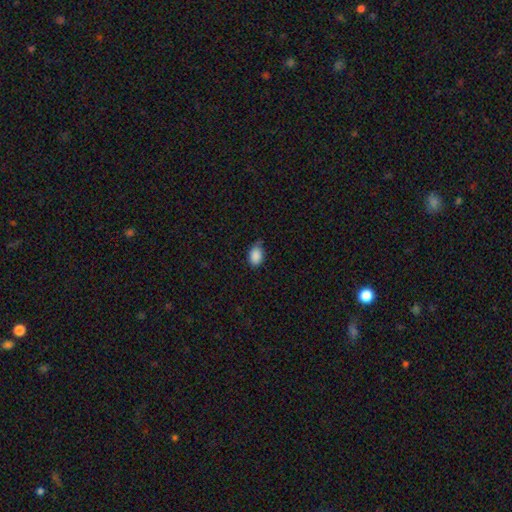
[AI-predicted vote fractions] smooth_or_featured: smooth (p=0.89) [alt: star or artifact p=0.08]
how_rounded: in between (p=0.83) [alt: round p=0.15]
merging: none (p=0.60) [alt: minor disturbance p=0.34]